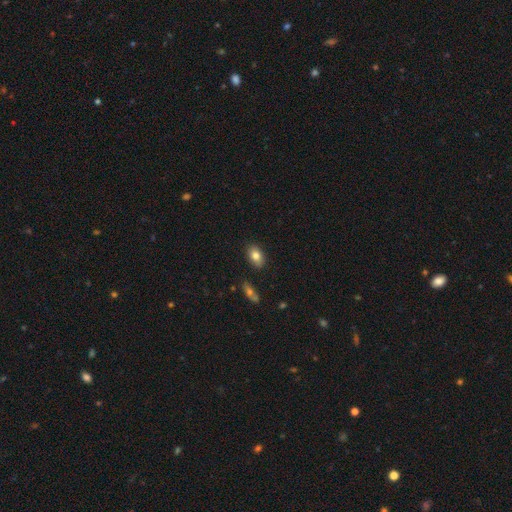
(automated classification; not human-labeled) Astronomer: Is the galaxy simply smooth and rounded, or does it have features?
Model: smooth — 80%.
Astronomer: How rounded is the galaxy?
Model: in between — 86%.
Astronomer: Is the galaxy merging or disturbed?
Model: none — 85%.